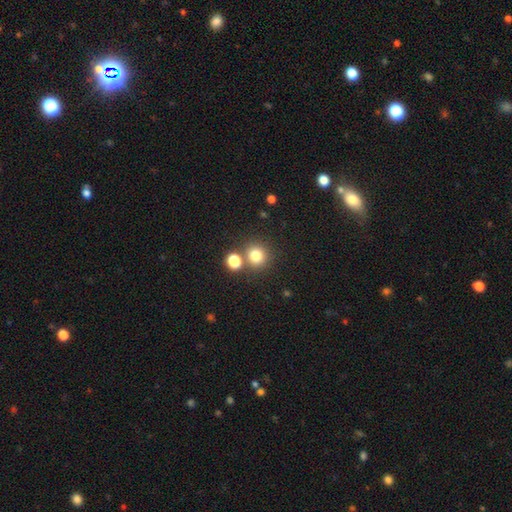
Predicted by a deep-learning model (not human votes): smooth-or-featured: smooth: 78% | star or artifact: 15% | featured or disk: 7%
  how-rounded: round: 92% | in between: 7% | cigar-shaped: 1%
  merging: none: 73% | merger: 16% | minor disturbance: 7% | major disturbance: 3%